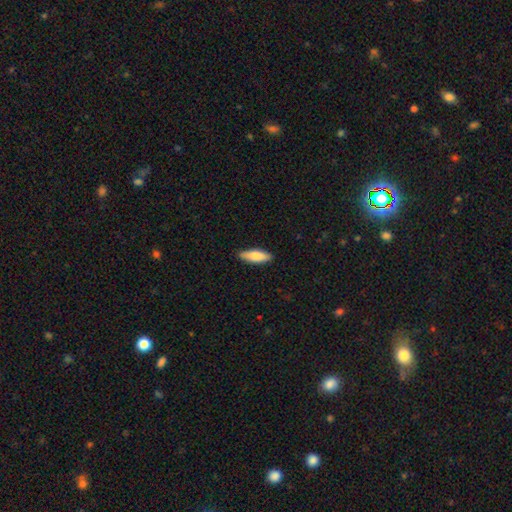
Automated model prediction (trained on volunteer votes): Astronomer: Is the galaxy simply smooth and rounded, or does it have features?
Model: smooth — 75%.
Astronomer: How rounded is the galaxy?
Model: in between — 55% (runner-up: cigar-shaped, 43%).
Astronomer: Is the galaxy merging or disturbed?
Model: none — 88%.